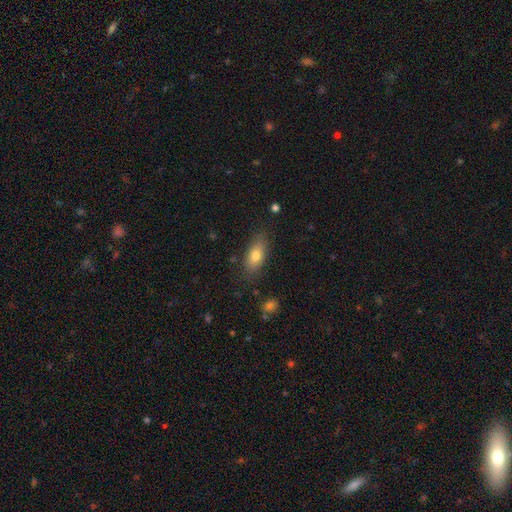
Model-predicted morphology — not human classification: Q: Smooth or featured?
A: smooth (76%); runner-up: featured or disk (16%)
Q: How rounded?
A: in between (80%); runner-up: cigar-shaped (14%)
Q: Merging?
A: none (78%); runner-up: minor disturbance (16%)